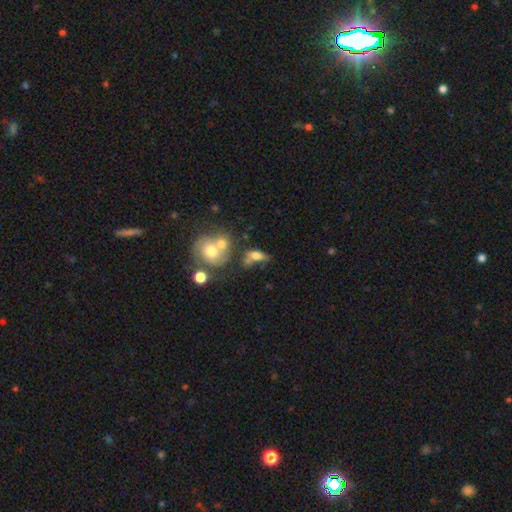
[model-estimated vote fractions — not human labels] smooth-or-featured: smooth: 62% | featured or disk: 26% | star or artifact: 12%
  how-rounded: in between: 74% | round: 15% | cigar-shaped: 10%
  merging: merger: 35% | none: 31% | minor disturbance: 18% | major disturbance: 16%